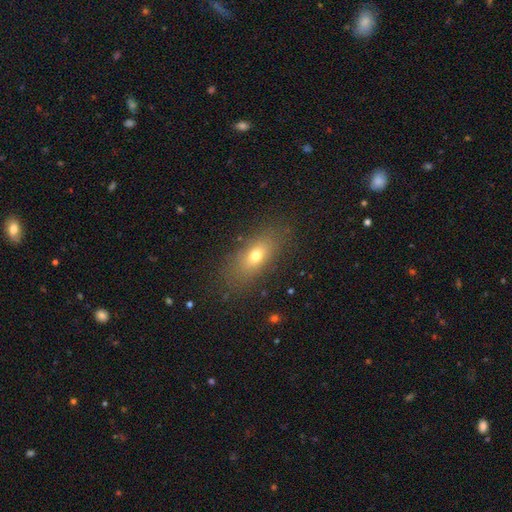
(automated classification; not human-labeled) Smooth or featured: smooth — 68% (featured or disk — 19%)
How rounded: in between — 75% (cigar-shaped — 13%)
Merging: none — 81% (minor disturbance — 12%)